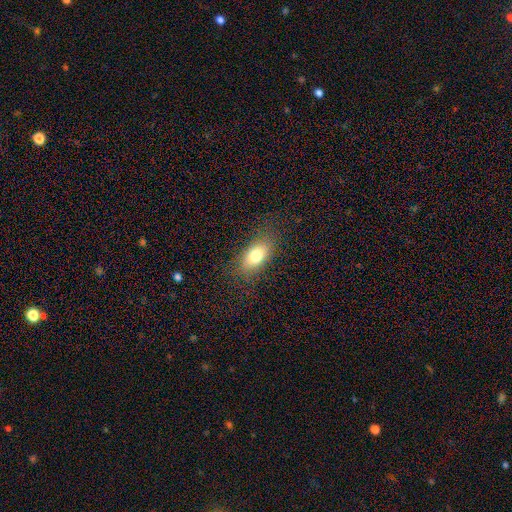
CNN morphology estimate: smooth_or_featured: smooth (p=0.76) [alt: featured or disk p=0.15]
how_rounded: in between (p=0.86) [alt: round p=0.07]
merging: none (p=0.80) [alt: minor disturbance p=0.14]